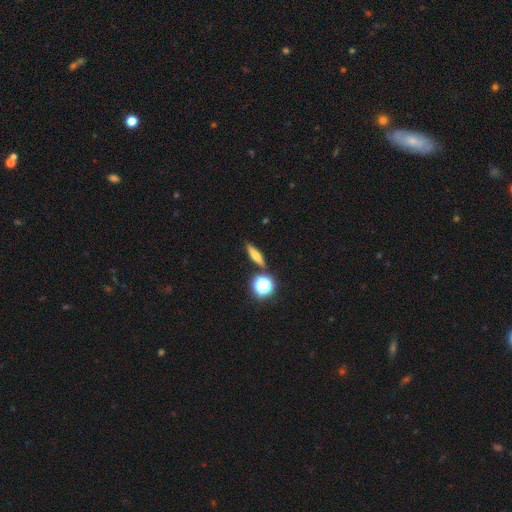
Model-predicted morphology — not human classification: smooth 58%, featured or disk 28%, star or artifact 15%. Down the decision tree: how rounded — cigar-shaped (57%); merging — none (84%).